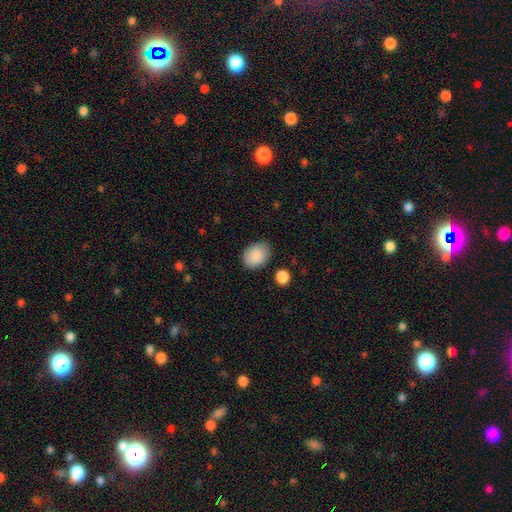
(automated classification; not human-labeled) Smooth or featured?
  - smooth: 88% *
  - star or artifact: 6%
  - featured or disk: 5%
How rounded?
  - in between: 70% *
  - round: 29%
  - cigar-shaped: 1%
Merging?
  - none: 82% *
  - minor disturbance: 13%
  - major disturbance: 3%
  - merger: 2%